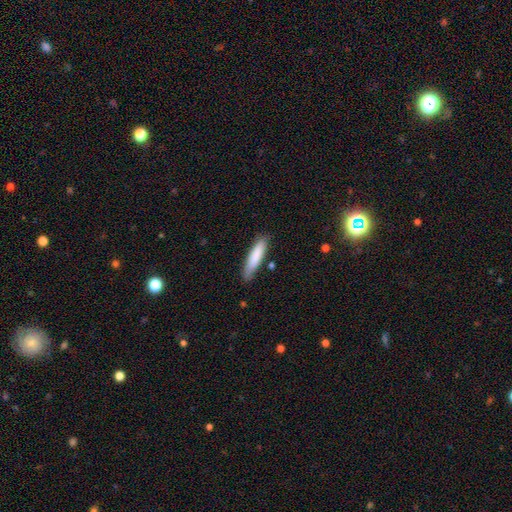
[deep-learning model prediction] Smooth or featured: smooth — 83% (featured or disk — 12%)
How rounded: cigar-shaped — 80% (in between — 19%)
Merging: none — 78% (minor disturbance — 17%)